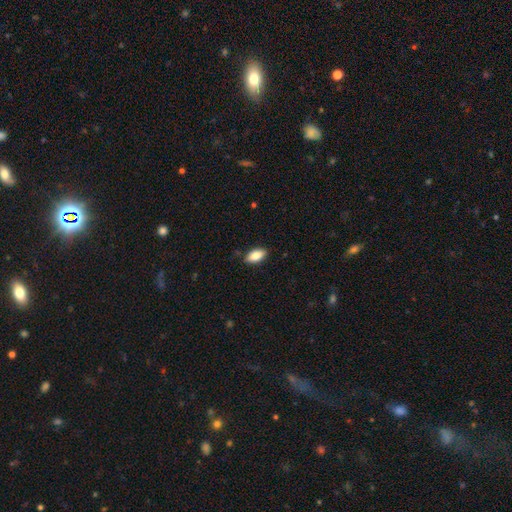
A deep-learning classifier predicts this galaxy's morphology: A smooth galaxy with no disk features (85%) that is in between round and cigar-shaped (90%).

Vote fractions:
- Smooth or featured? smooth: 85% / featured or disk: 8% / star or artifact: 7%
- How rounded? in between: 90% / cigar-shaped: 7% / round: 3%
- Merging? none: 85% / minor disturbance: 12% / major disturbance: 2% / merger: 1%